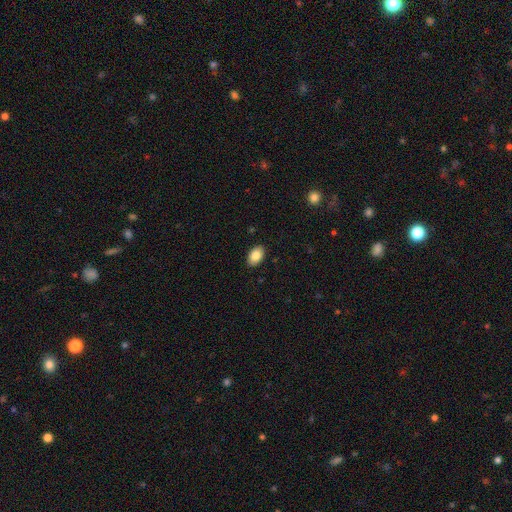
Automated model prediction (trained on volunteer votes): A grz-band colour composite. It shows a smooth galaxy with no disk features (85%) that is in between round and cigar-shaped (91%). Merging: none (89%).